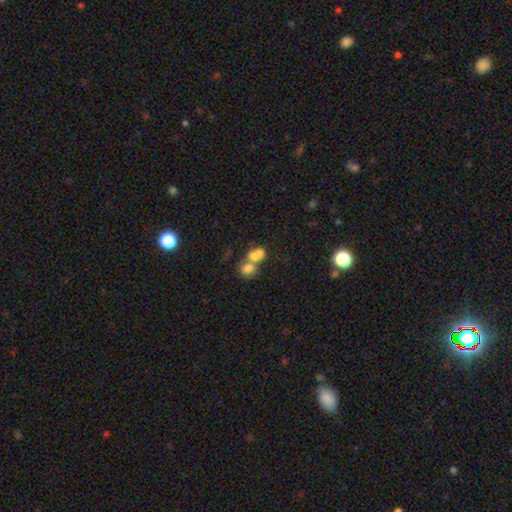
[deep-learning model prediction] Q: Smooth or featured?
A: smooth (66%); runner-up: featured or disk (22%)
Q: How rounded?
A: round (51%); runner-up: in between (47%)
Q: Merging?
A: merger (72%); runner-up: none (17%)